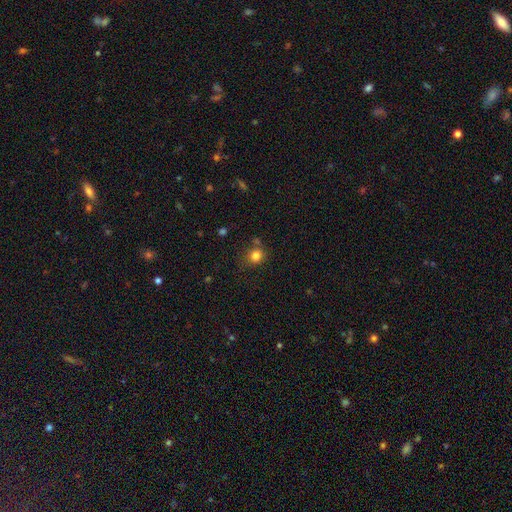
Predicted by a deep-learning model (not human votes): This appears to be a smooth galaxy with no disk features (82%) that is round (82%). Merging: none (72%).